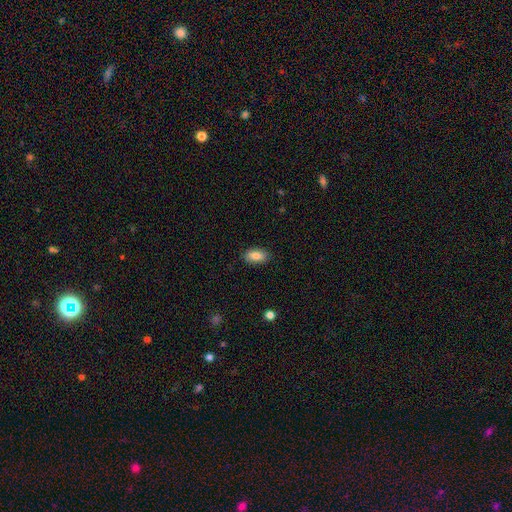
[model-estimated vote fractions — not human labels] Overall: smooth (87%). How rounded: in between (90%). Merging: none (87%).